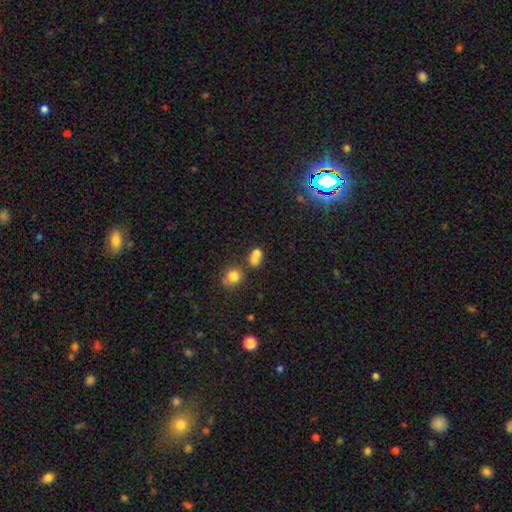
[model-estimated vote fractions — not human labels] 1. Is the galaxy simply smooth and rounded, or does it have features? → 71% smooth, 15% star or artifact, 14% featured or disk.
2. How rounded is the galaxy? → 60% round, 38% in between, 2% cigar-shaped.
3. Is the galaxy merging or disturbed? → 59% merger, 28% none, 8% minor disturbance, 5% major disturbance.